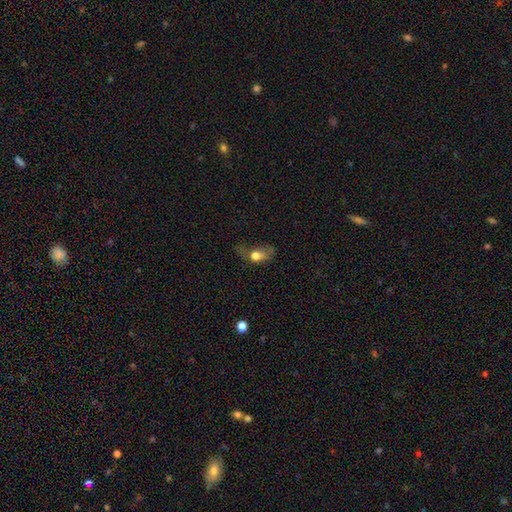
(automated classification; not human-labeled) Morphology: type=smooth (66%); roundness=in between (67%); merging=major disturbance (46%).